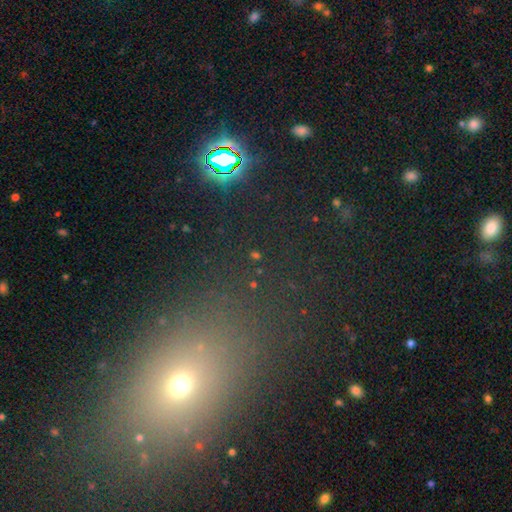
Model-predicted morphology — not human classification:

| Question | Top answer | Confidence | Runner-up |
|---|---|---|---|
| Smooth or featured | star or artifact | 68% | smooth (23%) |